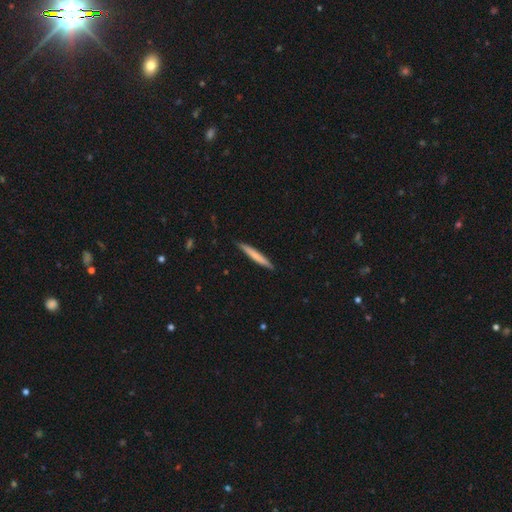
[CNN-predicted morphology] type=smooth (67%); roundness=cigar-shaped (96%); merging=none (89%).